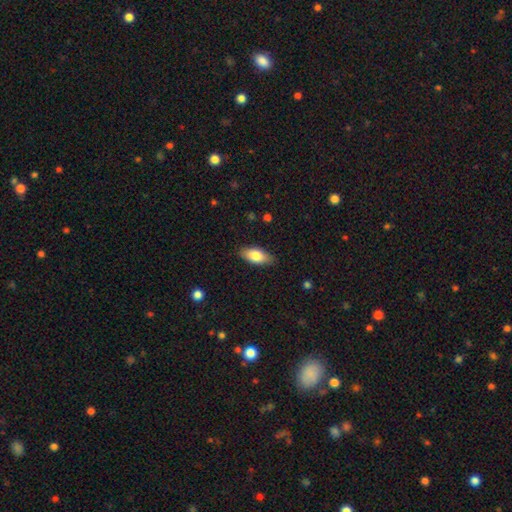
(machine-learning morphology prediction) The model was most divided on "smooth or featured": smooth: 80%, featured or disk: 14%, star or artifact: 6%. More confident: how rounded — in between (87%); merging — none (86%).